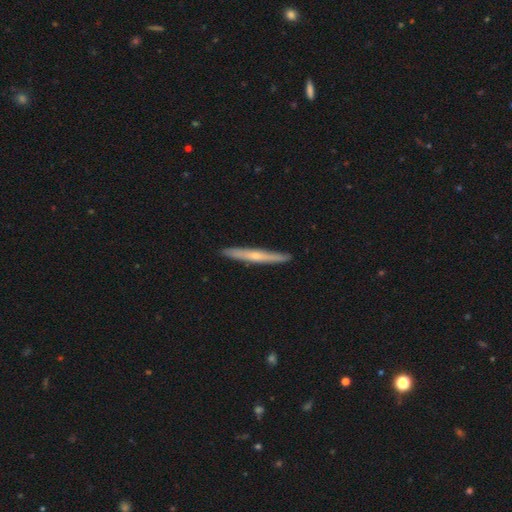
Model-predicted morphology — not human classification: This is likely a featured or disk galaxy (61%). It is clearly viewed edge-on (95%). Edge-on bulge: likely rounded (66%). Merging: clearly none (91%).